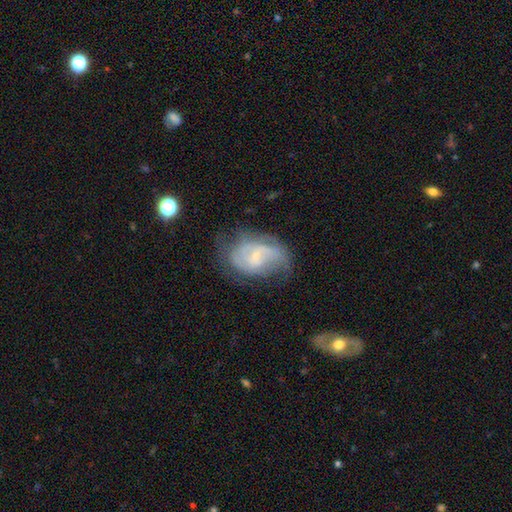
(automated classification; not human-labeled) Smooth or featured?
  - featured or disk: 72% *
  - smooth: 20%
  - star or artifact: 8%
Edge-on disk?
  - no: 97% *
  - yes: 3%
Bar?
  - weak: 47% *
  - no: 44%
  - strong: 9%
Spiral arms?
  - yes: 86% *
  - no: 14%
Spiral winding?
  - medium: 43% *
  - tight: 33%
  - loose: 24%
Spiral arm count?
  - 2: 46% *
  - can't tell: 32%
  - 3: 9%
  - 1: 7%
  - 4: 3%
  - more than 4: 3%
Bulge size?
  - small: 69% *
  - moderate: 22%
  - none: 7%
  - large: 1%
  - dominant: 1%
Merging?
  - none: 51% *
  - minor disturbance: 28%
  - major disturbance: 19%
  - merger: 2%